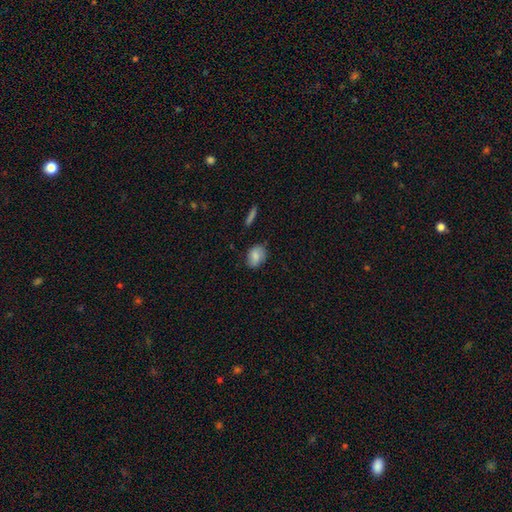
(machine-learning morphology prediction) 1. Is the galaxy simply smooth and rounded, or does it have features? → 77% smooth, 15% featured or disk, 8% star or artifact.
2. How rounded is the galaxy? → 71% in between, 27% round, 2% cigar-shaped.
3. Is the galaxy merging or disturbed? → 71% none, 22% minor disturbance, 5% major disturbance, 2% merger.